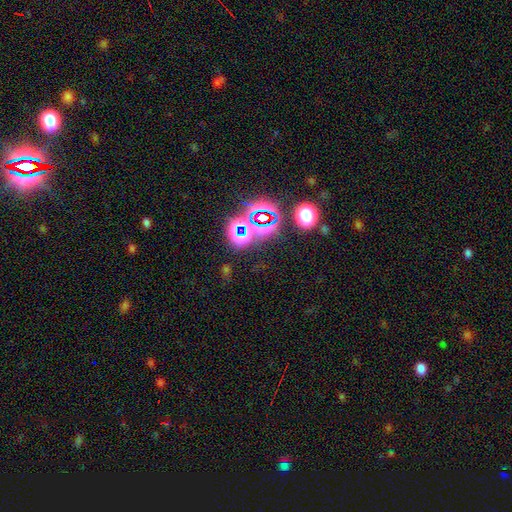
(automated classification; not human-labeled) A star or artifact, not a galaxy (75%).

Vote fractions:
- Smooth or featured? star or artifact: 75% / smooth: 16% / featured or disk: 10%